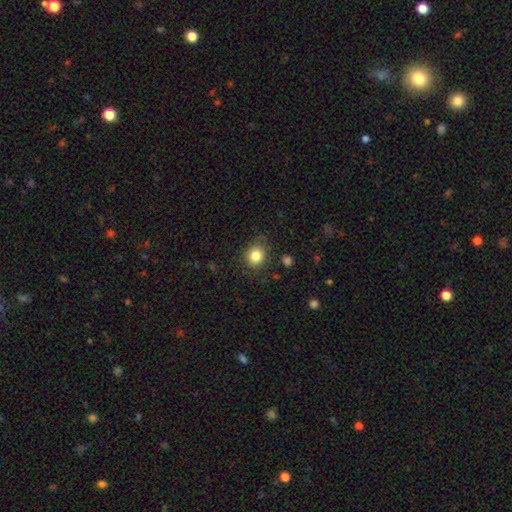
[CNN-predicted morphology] smooth-or-featured: smooth: 83% | star or artifact: 11% | featured or disk: 6%
  how-rounded: round: 79% | in between: 21% | cigar-shaped: 1%
  merging: none: 81% | minor disturbance: 14% | major disturbance: 4% | merger: 2%